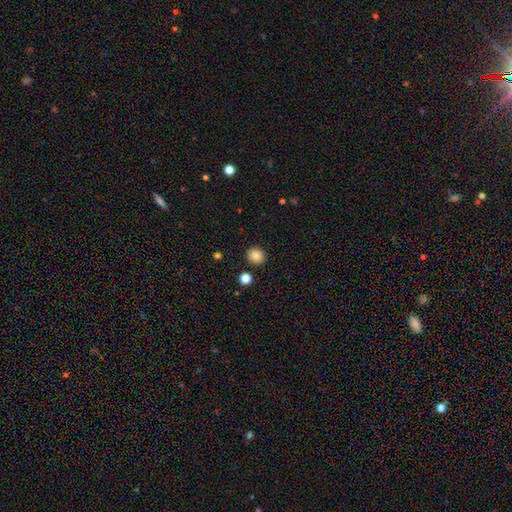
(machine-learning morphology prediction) Smooth or featured: smooth — 86% (star or artifact — 10%)
How rounded: round — 89% (in between — 10%)
Merging: none — 91% (minor disturbance — 5%)